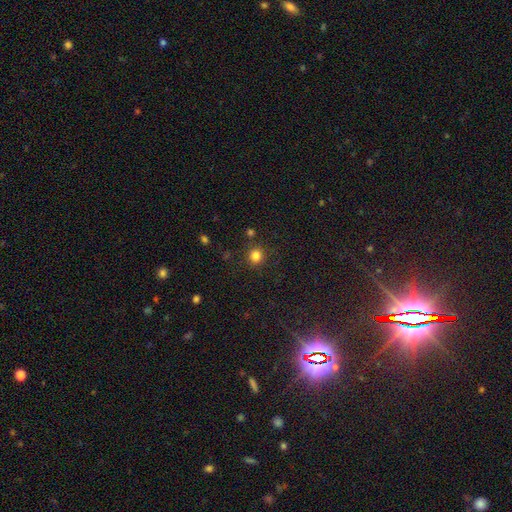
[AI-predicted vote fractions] Overall: smooth (82%). How rounded: round (91%). Merging: none (87%).